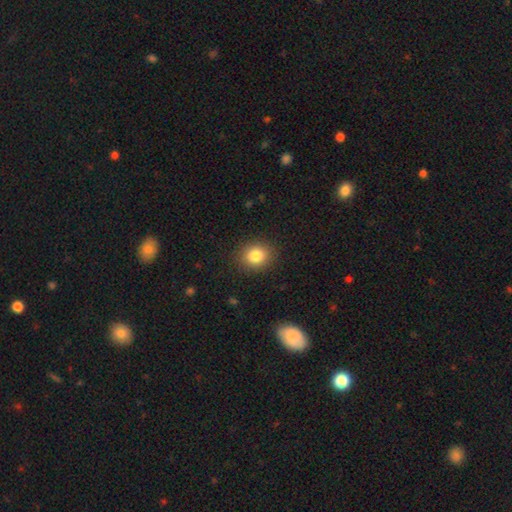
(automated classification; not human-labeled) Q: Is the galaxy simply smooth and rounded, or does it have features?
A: smooth — 83%.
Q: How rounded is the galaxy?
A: round — 69%.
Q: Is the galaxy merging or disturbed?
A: none — 89%.